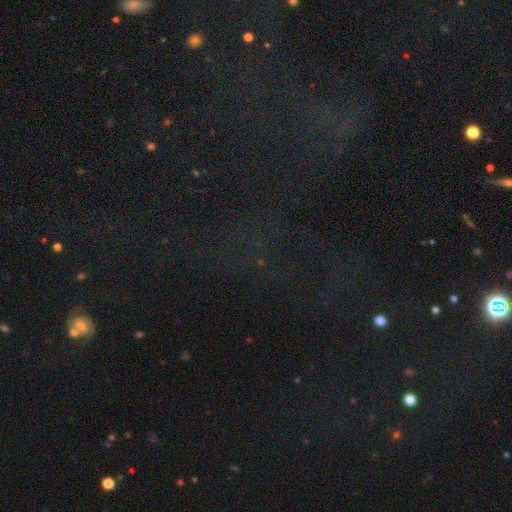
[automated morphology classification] A star or artifact, not a galaxy (73%).